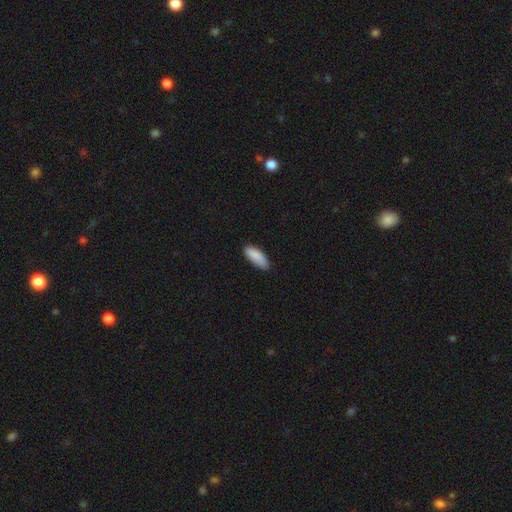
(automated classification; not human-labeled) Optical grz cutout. It shows a smooth galaxy with no disk features (89%) that is in between round and cigar-shaped (76%). Merging: none (78%).